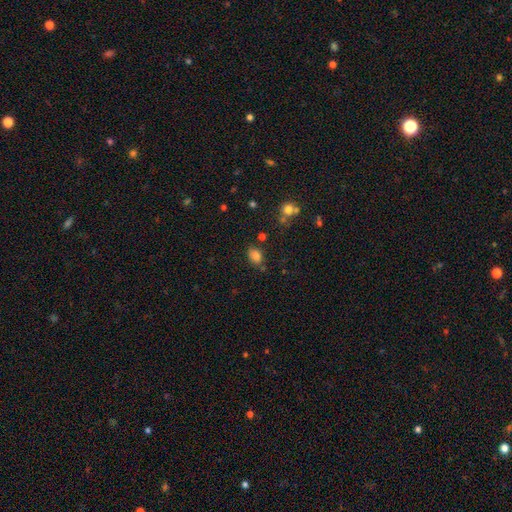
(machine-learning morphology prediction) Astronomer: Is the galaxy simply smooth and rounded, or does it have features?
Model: smooth — 80%.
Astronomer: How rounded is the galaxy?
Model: in between — 74%.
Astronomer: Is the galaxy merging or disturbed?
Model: none — 75%.